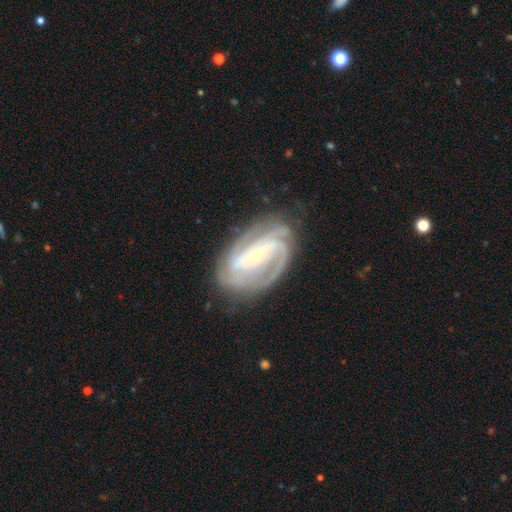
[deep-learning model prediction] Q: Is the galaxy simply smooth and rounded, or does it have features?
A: featured or disk — 89%.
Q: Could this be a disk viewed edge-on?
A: no — 97%.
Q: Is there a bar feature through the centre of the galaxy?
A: strong — 39%.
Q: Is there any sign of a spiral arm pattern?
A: yes — 97%.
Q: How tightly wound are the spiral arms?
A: tight — 55%.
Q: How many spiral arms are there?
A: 2 — 36%.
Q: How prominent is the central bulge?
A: small — 71%.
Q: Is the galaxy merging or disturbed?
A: none — 72%.